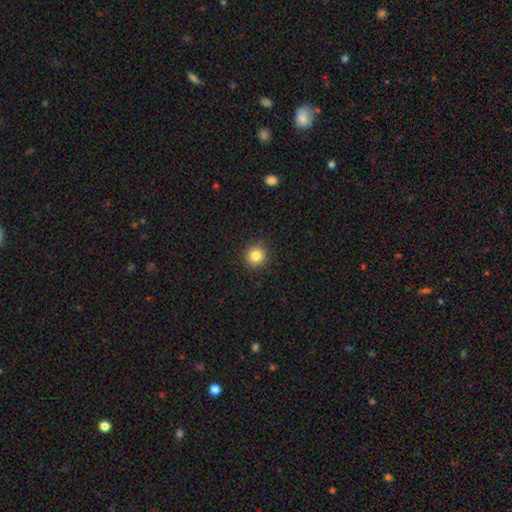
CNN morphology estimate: smooth 84%, star or artifact 11%, featured or disk 5%. Down the decision tree: how rounded — round (93%); merging — none (92%).